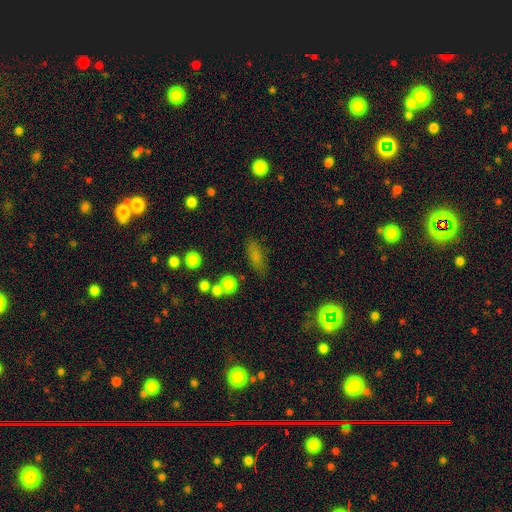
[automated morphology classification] Smooth or featured? Predicted: smooth (p=0.77). How rounded? Predicted: in between (p=0.65). Merging? Predicted: none (p=0.76).